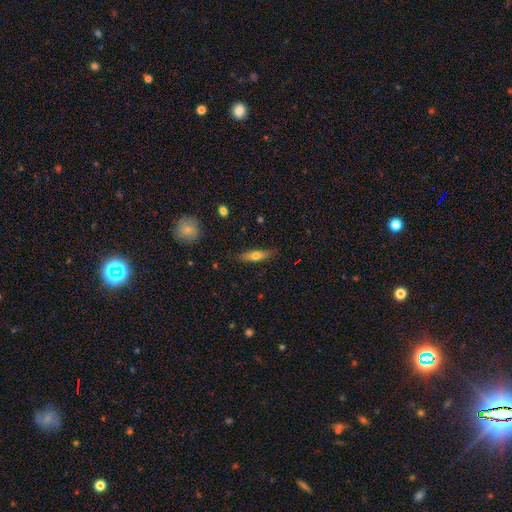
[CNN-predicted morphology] This appears to be a smooth galaxy with no disk features (63%) that is cigar-shaped (61%). Merging: none (85%).